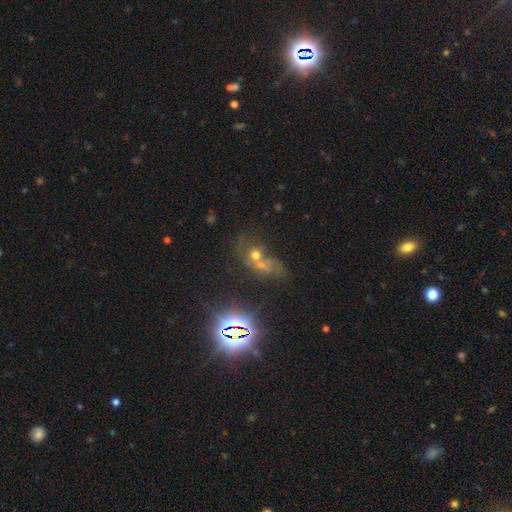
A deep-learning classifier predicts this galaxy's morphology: Overall: smooth (42%; star or artifact 31%). Merging: merger (57%; none 22%).